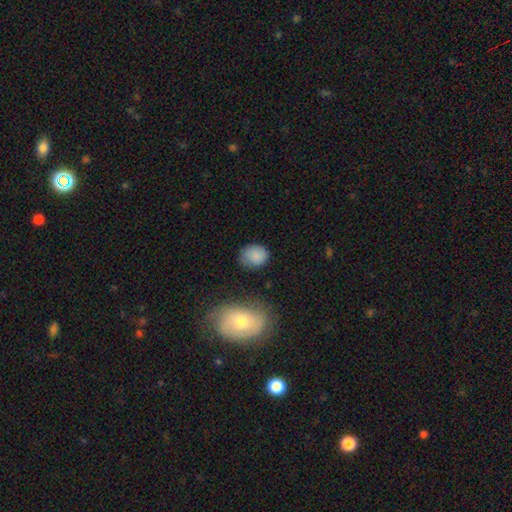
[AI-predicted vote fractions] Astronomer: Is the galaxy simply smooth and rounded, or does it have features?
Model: smooth — 85%.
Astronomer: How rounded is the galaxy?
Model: round — 51% (runner-up: in between, 48%).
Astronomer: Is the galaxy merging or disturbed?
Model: none — 70%.